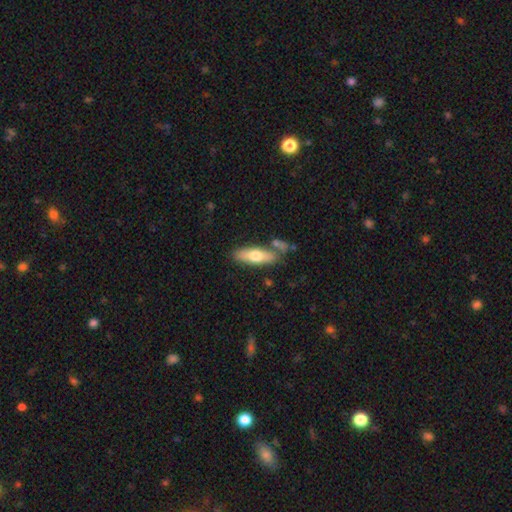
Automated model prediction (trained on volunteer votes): Smooth or featured? Predicted: smooth (p=0.63). How rounded? Predicted: in between (p=0.51). Merging? Predicted: none (p=0.70).